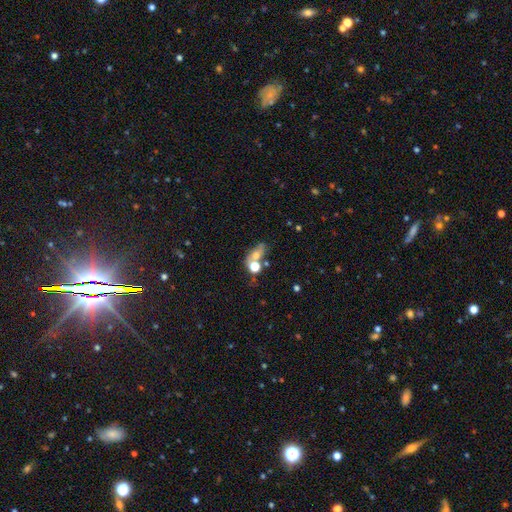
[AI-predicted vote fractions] smooth 55%, featured or disk 27%, star or artifact 18%. Down the decision tree: how rounded — in between (60%); merging — merger (39%).